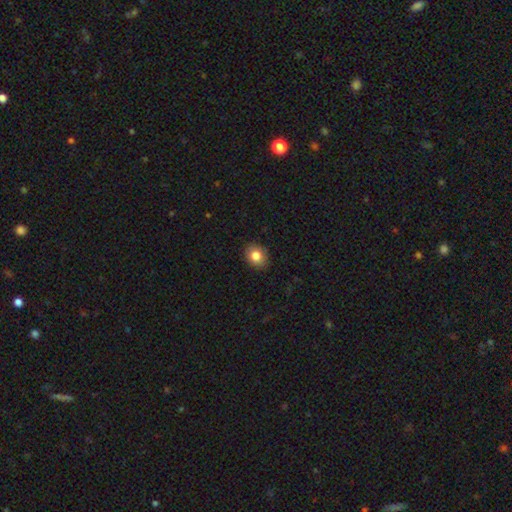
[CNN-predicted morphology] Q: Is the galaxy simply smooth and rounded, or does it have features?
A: smooth — 83%.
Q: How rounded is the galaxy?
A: round — 55%.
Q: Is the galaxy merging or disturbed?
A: none — 89%.